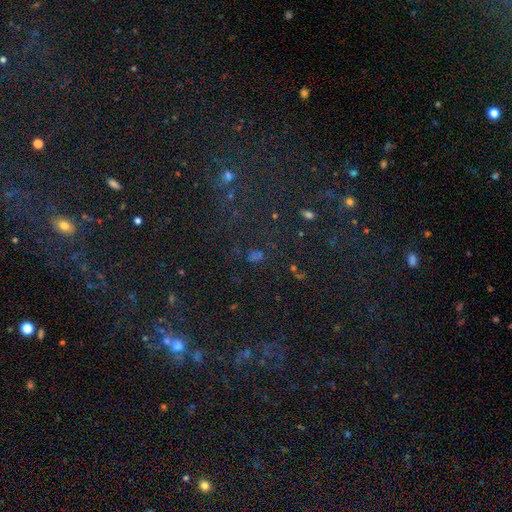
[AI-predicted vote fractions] Smooth or featured? star or artifact (64%)